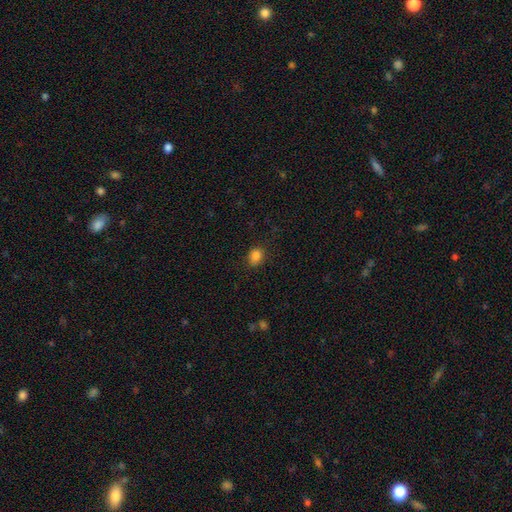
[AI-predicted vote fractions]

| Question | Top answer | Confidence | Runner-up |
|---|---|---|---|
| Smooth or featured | smooth | 85% | star or artifact (11%) |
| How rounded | round | 59% | in between (40%) |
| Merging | none | 83% | minor disturbance (13%) |